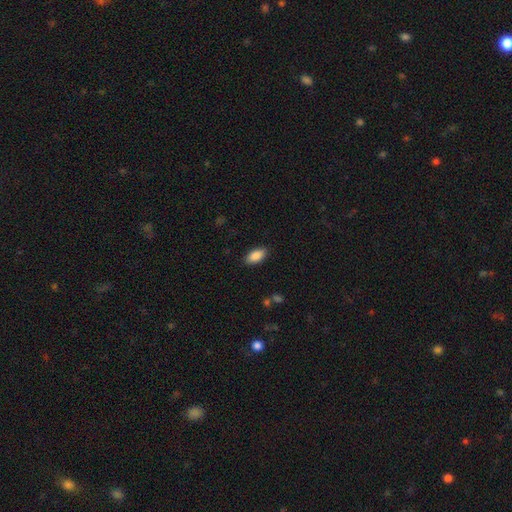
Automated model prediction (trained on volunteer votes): Q: Smooth or featured?
A: smooth (88%); runner-up: star or artifact (7%)
Q: How rounded?
A: in between (92%); runner-up: cigar-shaped (5%)
Q: Merging?
A: none (88%); runner-up: minor disturbance (9%)